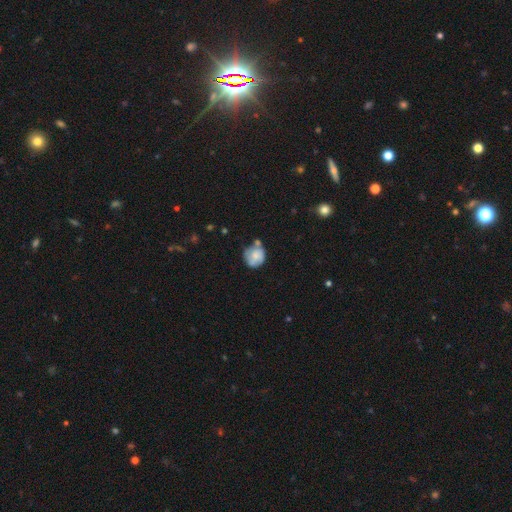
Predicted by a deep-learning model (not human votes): This appears to be a smooth galaxy with no disk features (60%) that is round (80%). Merging: none (49%).